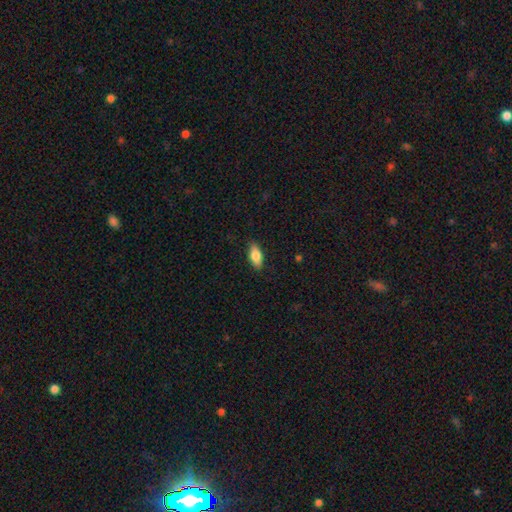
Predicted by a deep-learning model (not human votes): This is likely a smooth galaxy (77%). How rounded: clearly in between (81%). Merging: clearly none (87%).